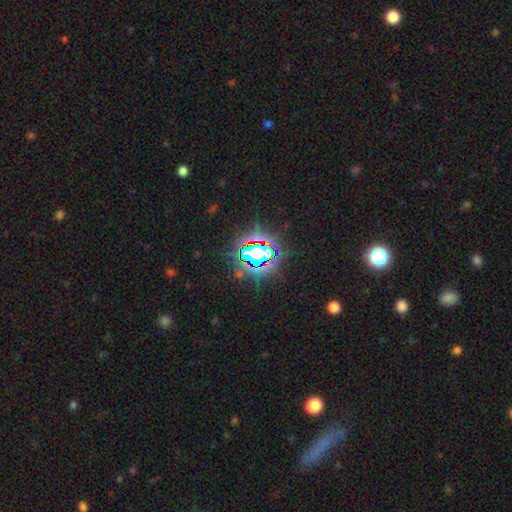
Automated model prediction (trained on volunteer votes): This appears to be a star or artifact, not a galaxy (73%).